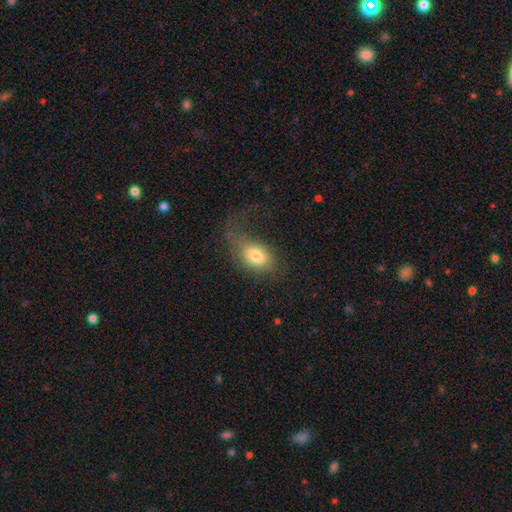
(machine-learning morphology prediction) Overall: smooth (73%). How rounded: in between (86%). Merging: major disturbance (42%; none 35%).